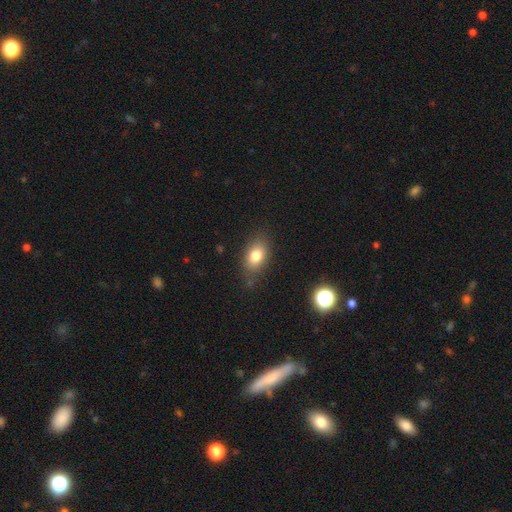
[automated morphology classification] smooth-or-featured: smooth: 79% | featured or disk: 11% | star or artifact: 10%
  how-rounded: in between: 82% | round: 15% | cigar-shaped: 3%
  merging: none: 78% | minor disturbance: 16% | major disturbance: 4% | merger: 2%